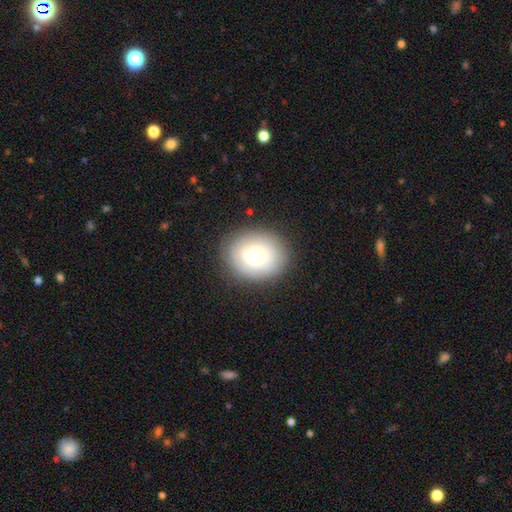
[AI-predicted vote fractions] This is likely a smooth galaxy (72%). How rounded: likely round (62%). Merging: clearly none (85%).